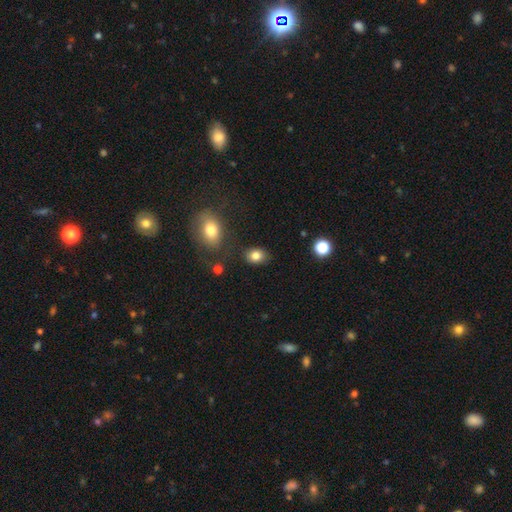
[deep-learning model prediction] A smooth galaxy with no disk features (83%) that is in between round and cigar-shaped (64%).

Vote fractions:
- Smooth or featured? smooth: 83% / star or artifact: 10% / featured or disk: 7%
- How rounded? in between: 64% / round: 35% / cigar-shaped: 1%
- Merging? none: 82% / minor disturbance: 11% / merger: 4% / major disturbance: 3%